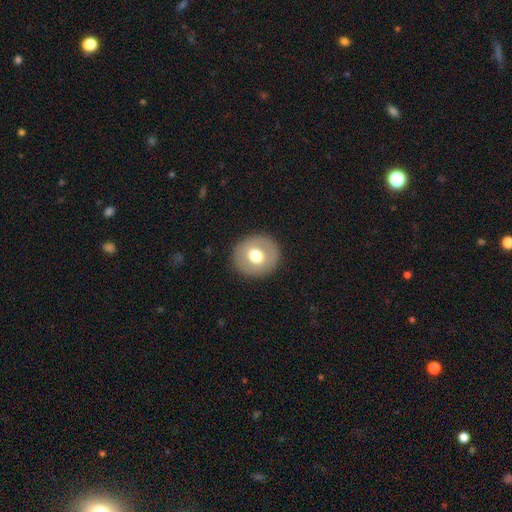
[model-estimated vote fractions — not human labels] Smooth or featured: smooth — 64% (featured or disk — 29%)
How rounded: round — 89% (in between — 10%)
Merging: none — 90% (minor disturbance — 7%)